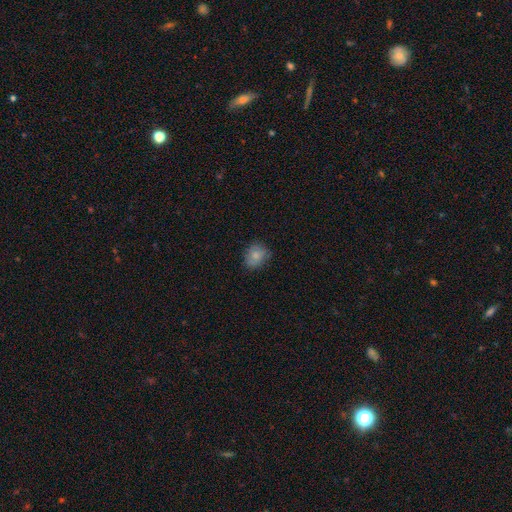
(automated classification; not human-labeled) A smooth galaxy with no disk features (80%) that is round (51%).

Vote fractions:
- Smooth or featured? smooth: 80% / featured or disk: 11% / star or artifact: 9%
- How rounded? round: 51% / in between: 48% / cigar-shaped: 1%
- Merging? none: 73% / minor disturbance: 21% / major disturbance: 5% / merger: 1%